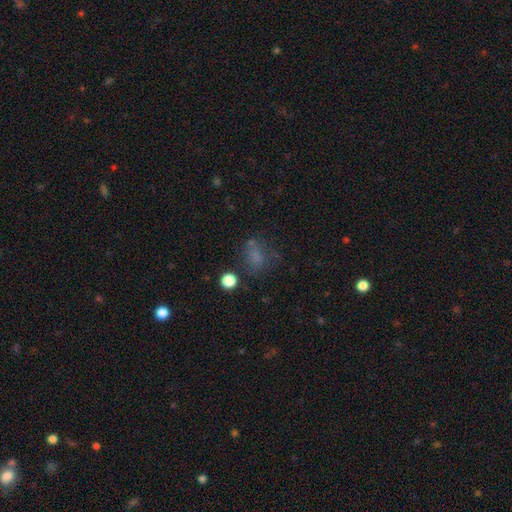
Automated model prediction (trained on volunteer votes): Smooth or featured? Predicted: smooth (p=0.61). How rounded? Predicted: in between (p=0.58). Merging? Predicted: none (p=0.50).